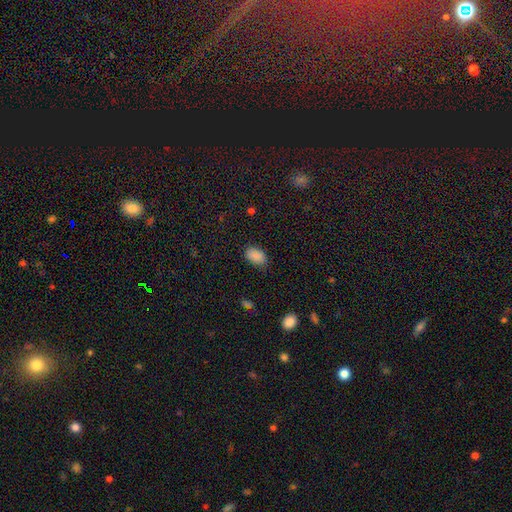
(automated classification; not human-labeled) Smooth or featured? smooth (87%)
How rounded? in between (90%)
Merging? none (78%)